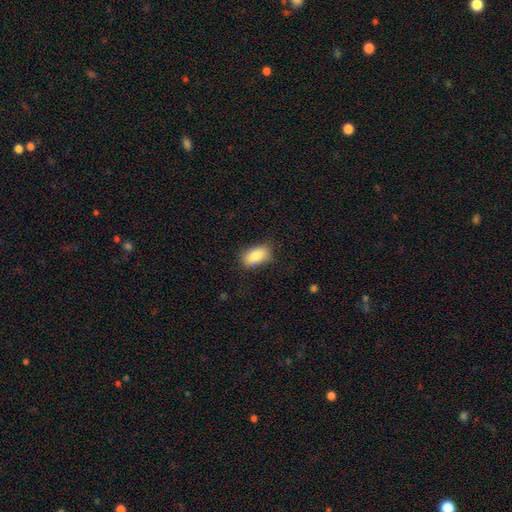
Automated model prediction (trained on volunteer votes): Smooth or featured? smooth (86%)
How rounded? in between (92%)
Merging? none (81%)